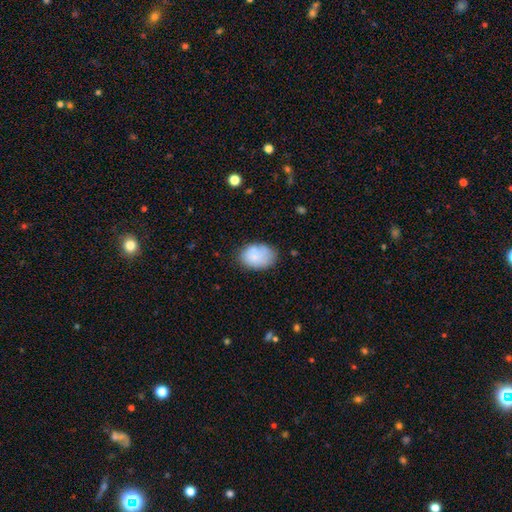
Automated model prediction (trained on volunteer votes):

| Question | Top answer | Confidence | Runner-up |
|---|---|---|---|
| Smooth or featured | smooth | 78% | featured or disk (14%) |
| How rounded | in between | 81% | round (18%) |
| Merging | none | 63% | minor disturbance (25%) |